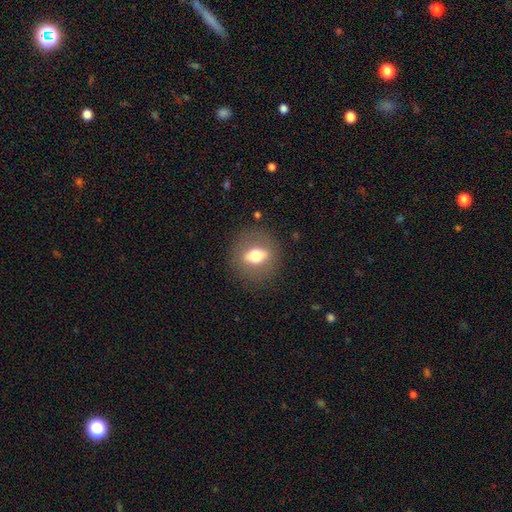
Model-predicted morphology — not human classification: A smooth galaxy with no disk features (55%) that is round (51%). Merging: none (84%).